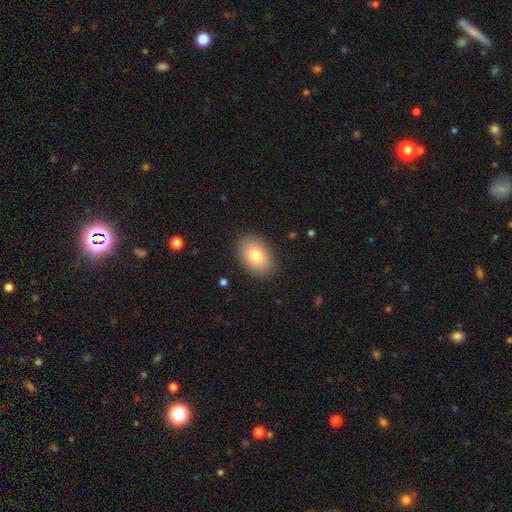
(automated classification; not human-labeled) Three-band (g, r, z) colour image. It shows a smooth galaxy with no disk features (79%) that is in between round and cigar-shaped (84%). Merging: none (88%).